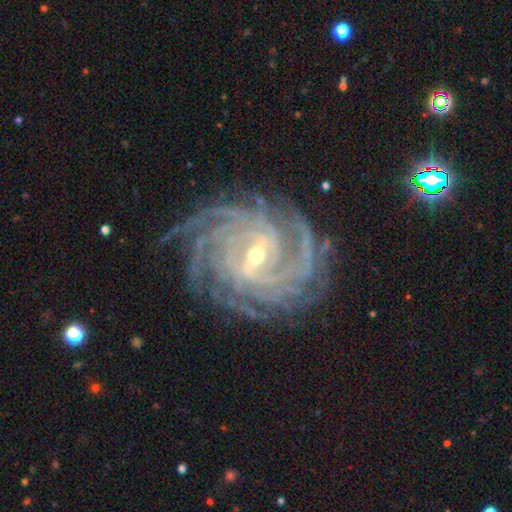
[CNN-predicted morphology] type=featured or disk (92%); edge-on=no (97%); bar=weak (44%); spiral arms=yes (99%); winding=tight (81%); arm count=more than 4 (35%); bulge=small (61%); merging=none (81%).